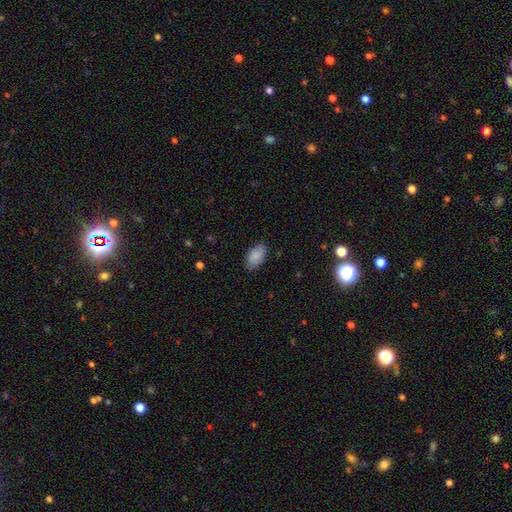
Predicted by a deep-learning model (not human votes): smooth_or_featured: smooth (p=0.88) [alt: star or artifact p=0.07]
how_rounded: in between (p=0.94) [alt: round p=0.04]
merging: none (p=0.85) [alt: minor disturbance p=0.12]